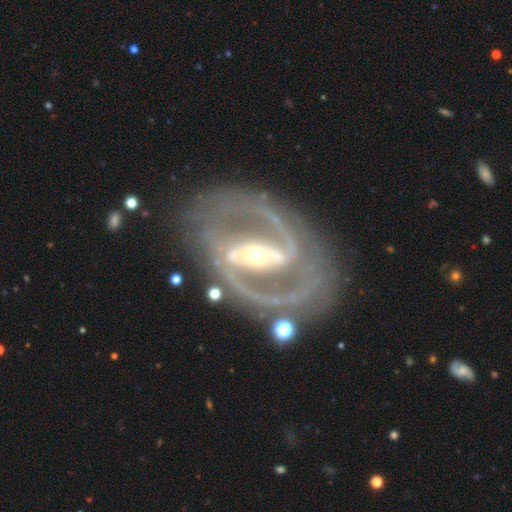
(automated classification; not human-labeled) A featured or disk galaxy (92%) with a strong bar (73%), 2 (91%) medium (56%) spiral arms (96%) and a moderate central bulge (49%). Merging: none (75%).